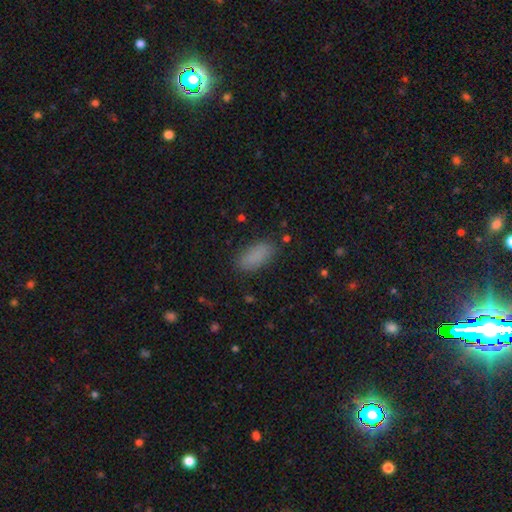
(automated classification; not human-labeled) A smooth galaxy with no disk features (87%) that is in between round and cigar-shaped (86%).

Vote fractions:
- Smooth or featured? smooth: 87% / star or artifact: 8% / featured or disk: 4%
- How rounded? in between: 86% / cigar-shaped: 11% / round: 3%
- Merging? none: 85% / minor disturbance: 11% / major disturbance: 3% / merger: 1%